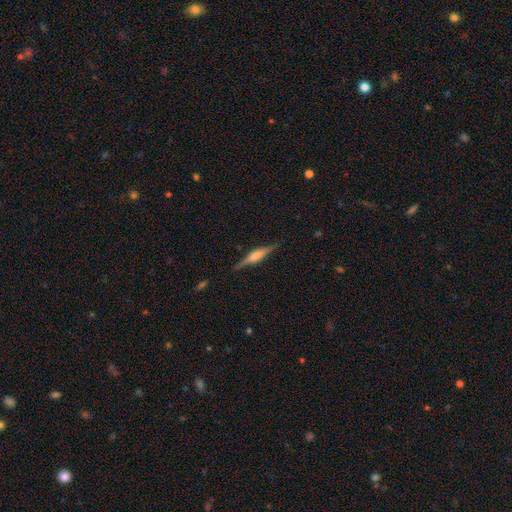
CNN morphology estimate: featured or disk 69%, smooth 24%, star or artifact 7%. Down the decision tree: edge-on disk — yes (97%); edge-on bulge — rounded (54%); merging — none (86%).